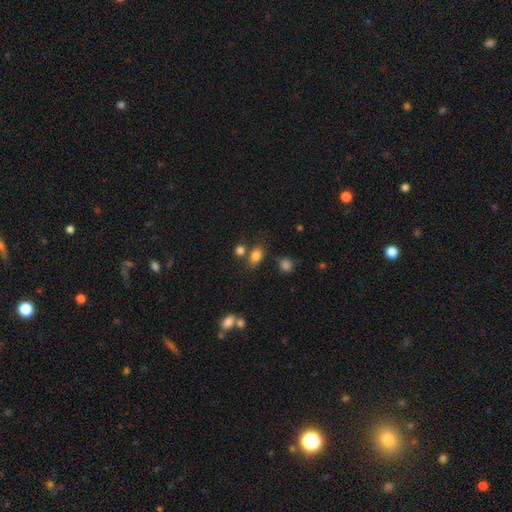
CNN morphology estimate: smooth-or-featured: smooth: 81% | star or artifact: 12% | featured or disk: 7%
  how-rounded: in between: 78% | round: 20% | cigar-shaped: 2%
  merging: none: 65% | merger: 17% | minor disturbance: 13% | major disturbance: 5%